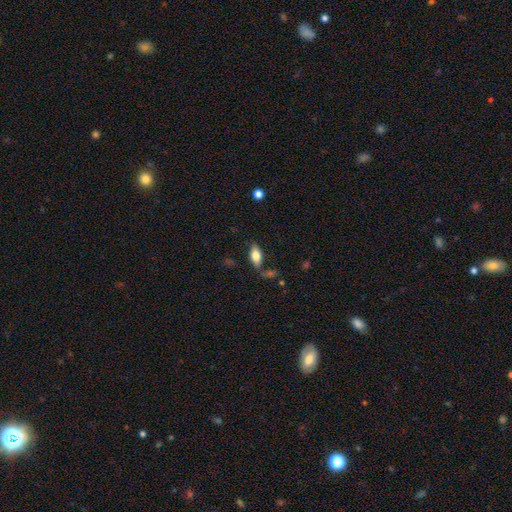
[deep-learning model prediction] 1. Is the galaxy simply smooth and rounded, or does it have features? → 73% smooth, 20% featured or disk, 7% star or artifact.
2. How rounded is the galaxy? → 87% in between, 10% cigar-shaped, 3% round.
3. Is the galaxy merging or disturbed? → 73% none, 15% minor disturbance, 8% merger, 5% major disturbance.